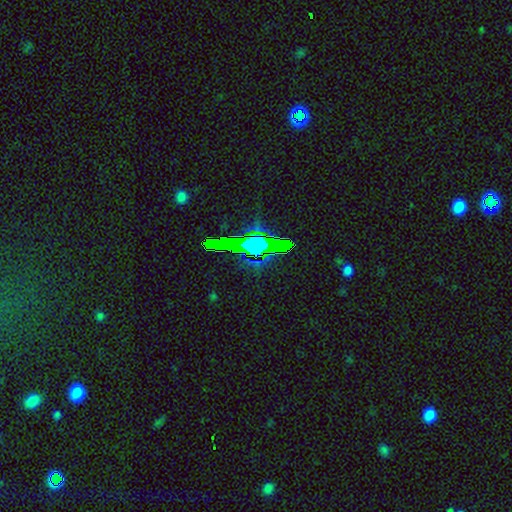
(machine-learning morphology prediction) The model was most divided on "smooth or featured": star or artifact: 65%, smooth: 21%, featured or disk: 14%.